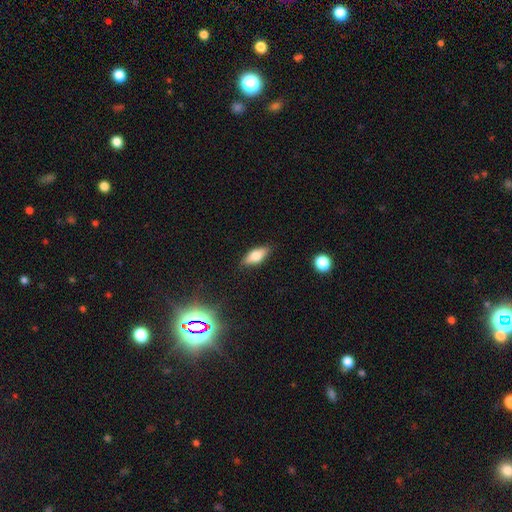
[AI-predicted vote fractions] smooth_or_featured: smooth (p=0.70) [alt: featured or disk p=0.22]
how_rounded: in between (p=0.77) [alt: cigar-shaped p=0.20]
merging: none (p=0.85) [alt: minor disturbance p=0.12]